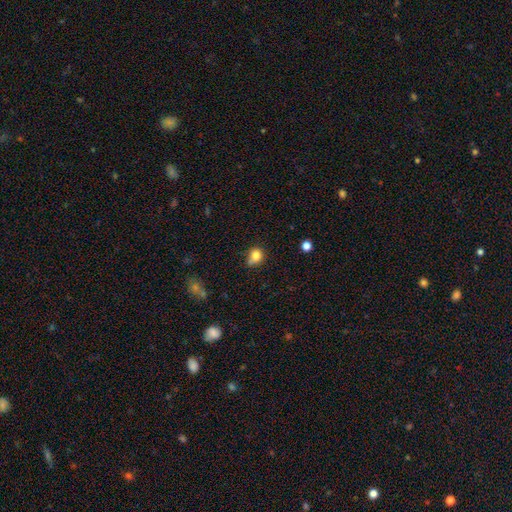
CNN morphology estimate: A smooth galaxy with no disk features (81%) that is round (74%).

Vote fractions:
- Smooth or featured? smooth: 81% / star or artifact: 12% / featured or disk: 8%
- How rounded? round: 74% / in between: 25% / cigar-shaped: 1%
- Merging? none: 55% / minor disturbance: 30% / merger: 8% / major disturbance: 7%